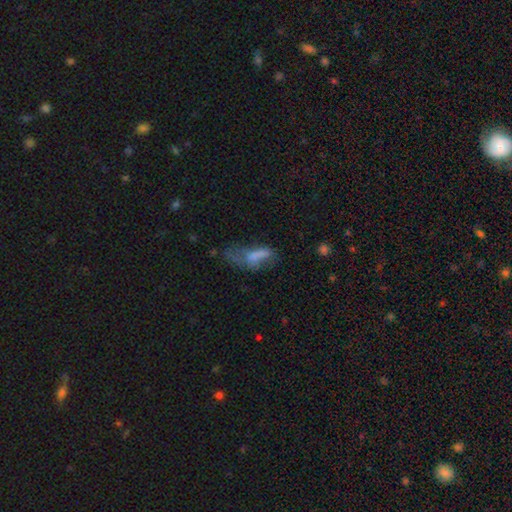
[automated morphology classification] Smooth or featured?
  - smooth: 57% *
  - featured or disk: 30%
  - star or artifact: 13%
How rounded?
  - in between: 68% *
  - cigar-shaped: 28%
  - round: 4%
Merging?
  - major disturbance: 43% *
  - none: 24%
  - minor disturbance: 23%
  - merger: 9%